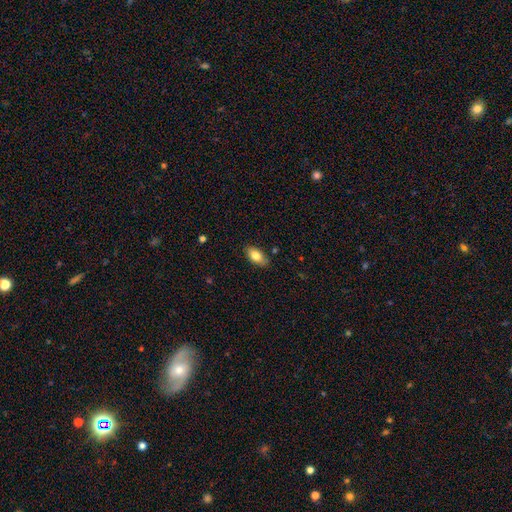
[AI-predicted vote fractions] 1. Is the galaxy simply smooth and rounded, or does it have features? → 81% smooth, 12% featured or disk, 7% star or artifact.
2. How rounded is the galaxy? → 92% in between, 4% round, 4% cigar-shaped.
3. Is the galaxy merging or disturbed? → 84% none, 12% minor disturbance, 2% major disturbance, 1% merger.